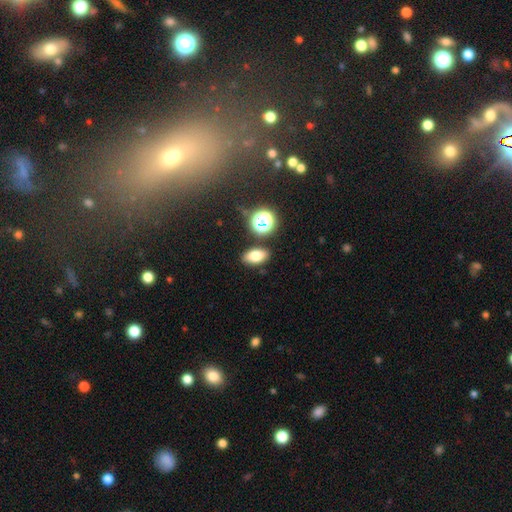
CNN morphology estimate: This is likely a smooth galaxy (74%). How rounded: clearly in between (86%). Merging: clearly none (84%).